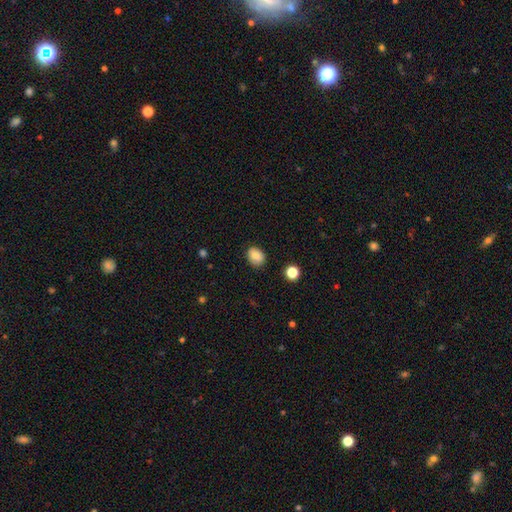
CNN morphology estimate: smooth-or-featured: smooth: 84% | star or artifact: 9% | featured or disk: 7%
  how-rounded: in between: 57% | round: 42% | cigar-shaped: 1%
  merging: none: 83% | minor disturbance: 13% | major disturbance: 3% | merger: 2%